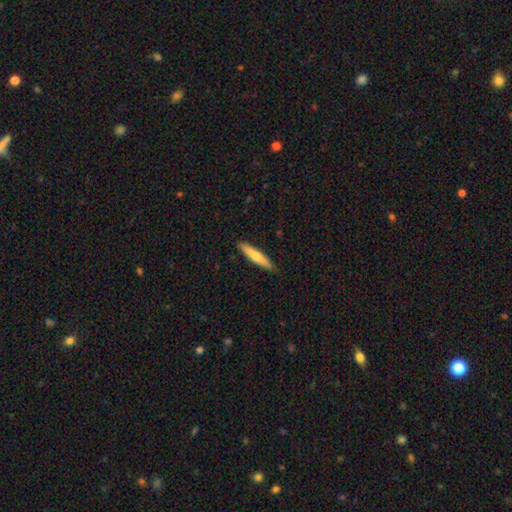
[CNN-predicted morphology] type=smooth (66%); roundness=cigar-shaped (89%); merging=none (89%).